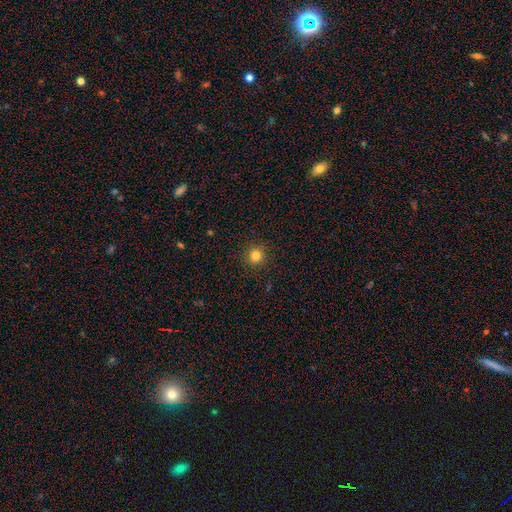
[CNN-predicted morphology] Smooth or featured? Predicted: smooth (p=0.82). How rounded? Predicted: round (p=0.95). Merging? Predicted: none (p=0.92).